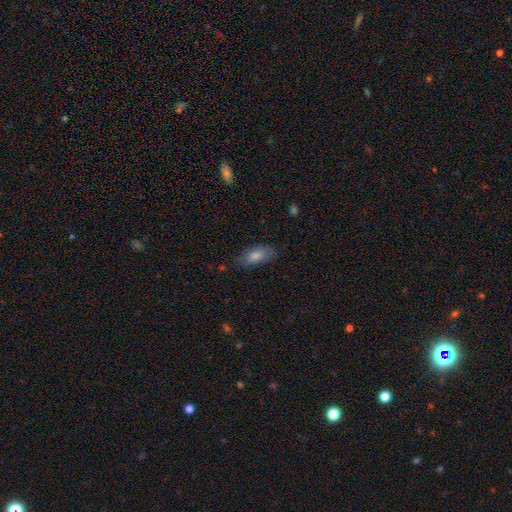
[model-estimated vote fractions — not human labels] The model was most divided on "smooth or featured": smooth: 73%, featured or disk: 17%, star or artifact: 10%. More confident: how rounded — in between (80%); merging — none (77%).